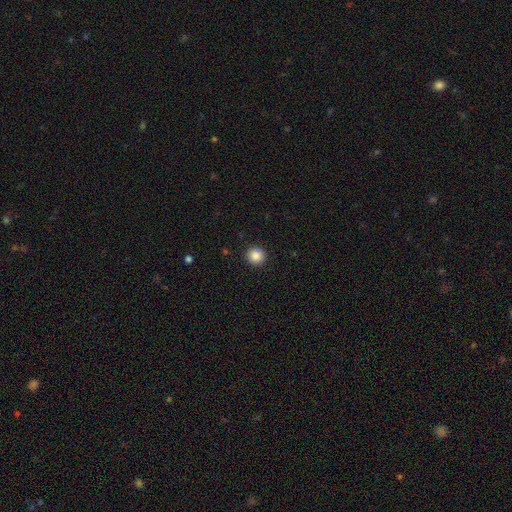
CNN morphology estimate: smooth_or_featured: smooth (p=0.87) [alt: star or artifact p=0.10]
how_rounded: round (p=0.94) [alt: in between p=0.05]
merging: none (p=0.92) [alt: minor disturbance p=0.05]